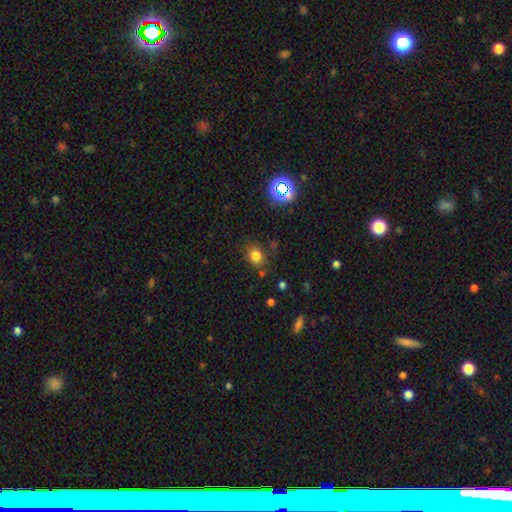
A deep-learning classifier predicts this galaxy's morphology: type=smooth (77%); roundness=round (65%); merging=none (76%).